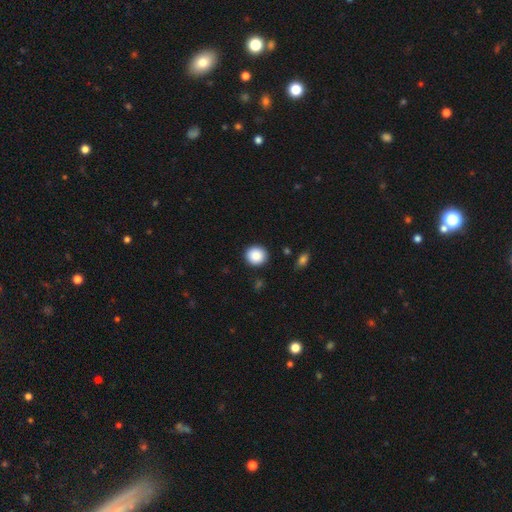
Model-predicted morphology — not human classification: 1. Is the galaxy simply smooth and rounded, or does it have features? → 89% smooth, 8% star or artifact, 3% featured or disk.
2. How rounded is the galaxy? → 91% round, 8% in between, 1% cigar-shaped.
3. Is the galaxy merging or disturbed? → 90% none, 7% minor disturbance, 2% major disturbance, 1% merger.